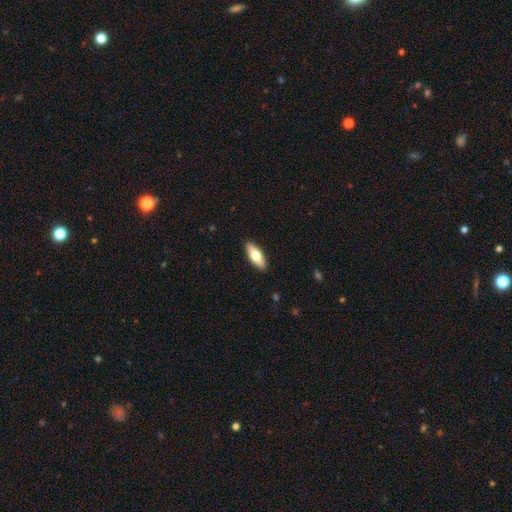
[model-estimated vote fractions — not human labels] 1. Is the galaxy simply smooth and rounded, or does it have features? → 66% smooth, 28% featured or disk, 6% star or artifact.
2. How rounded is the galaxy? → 66% in between, 32% cigar-shaped, 2% round.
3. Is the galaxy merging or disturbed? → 90% none, 7% minor disturbance, 2% major disturbance, 1% merger.